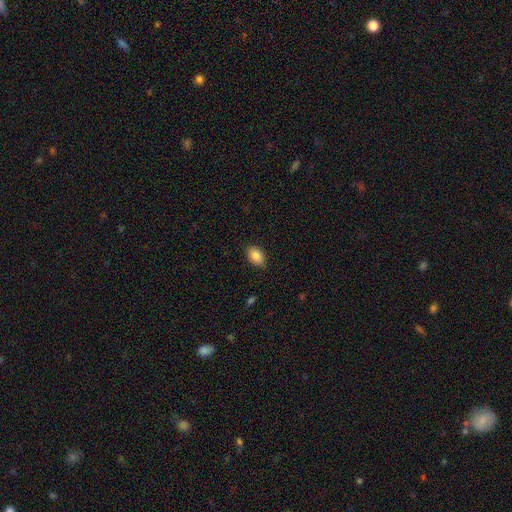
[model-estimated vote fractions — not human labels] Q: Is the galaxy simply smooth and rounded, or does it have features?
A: smooth — 86%.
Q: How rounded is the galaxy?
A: in between — 85%.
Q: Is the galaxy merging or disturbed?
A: none — 87%.